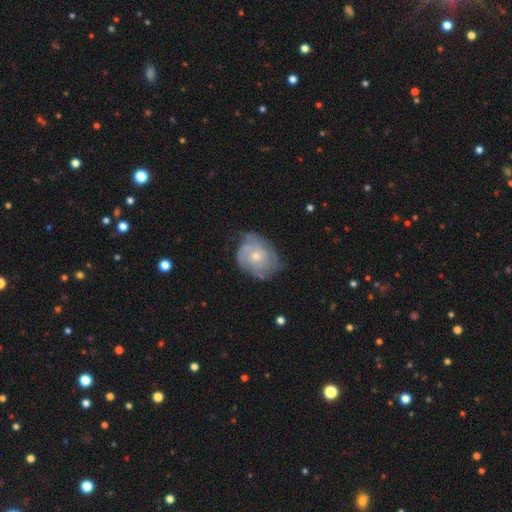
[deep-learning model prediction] A featured or disk galaxy (64%) with no bar (82%), spiral arms (77%) and a small central bulge (53%). Merging: none (54%).